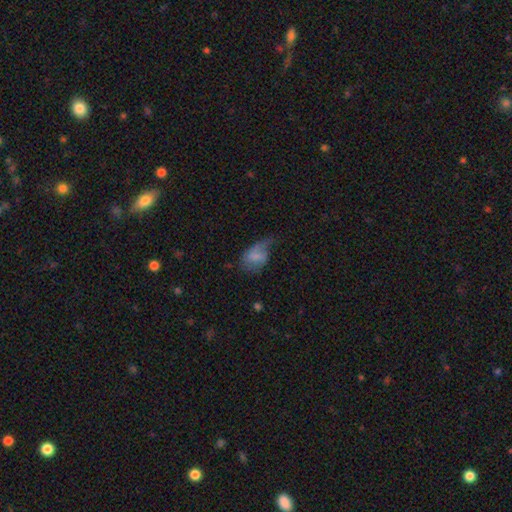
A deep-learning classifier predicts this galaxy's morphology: Smooth or featured? Predicted: smooth (p=0.63). How rounded? Predicted: in between (p=0.83). Merging? Predicted: major disturbance (p=0.38).